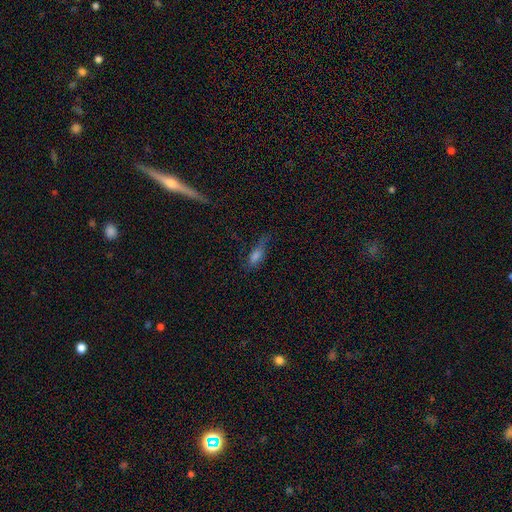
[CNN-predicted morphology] smooth_or_featured: smooth (p=0.60) [alt: featured or disk p=0.25]
how_rounded: in between (p=0.57) [alt: cigar-shaped p=0.37]
merging: none (p=0.46) [alt: minor disturbance p=0.28]